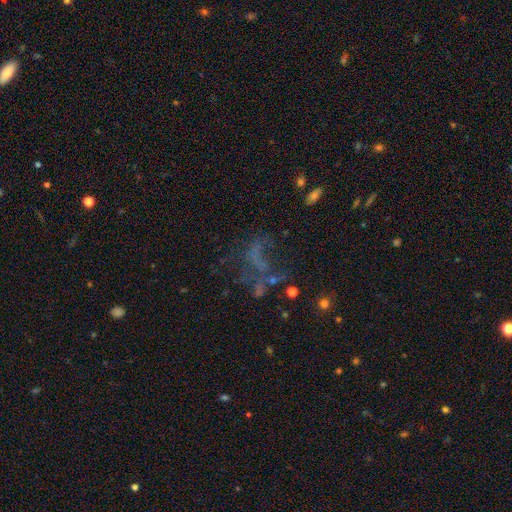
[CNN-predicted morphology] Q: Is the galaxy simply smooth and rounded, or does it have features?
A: featured or disk — 44%.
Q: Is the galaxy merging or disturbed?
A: major disturbance — 41%.